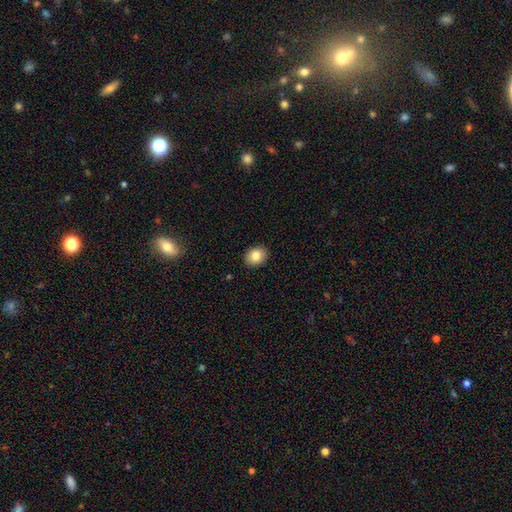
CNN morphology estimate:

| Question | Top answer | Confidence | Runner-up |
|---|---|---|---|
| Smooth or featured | smooth | 84% | star or artifact (9%) |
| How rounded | round | 52% | in between (47%) |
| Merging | none | 90% | minor disturbance (7%) |